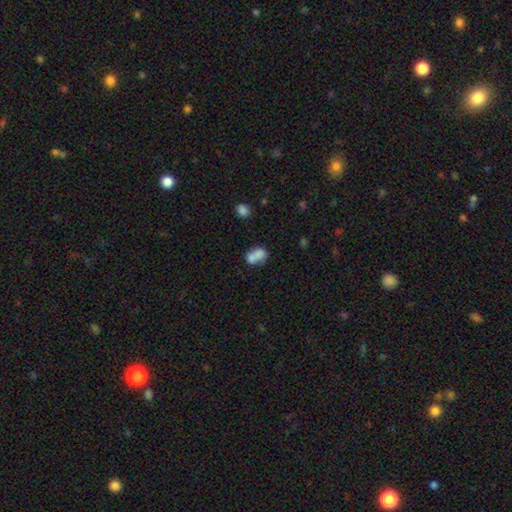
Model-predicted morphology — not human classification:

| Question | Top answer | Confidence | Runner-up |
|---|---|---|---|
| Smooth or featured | smooth | 73% | featured or disk (17%) |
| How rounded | in between | 70% | round (29%) |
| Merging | merger | 55% | none (28%) |